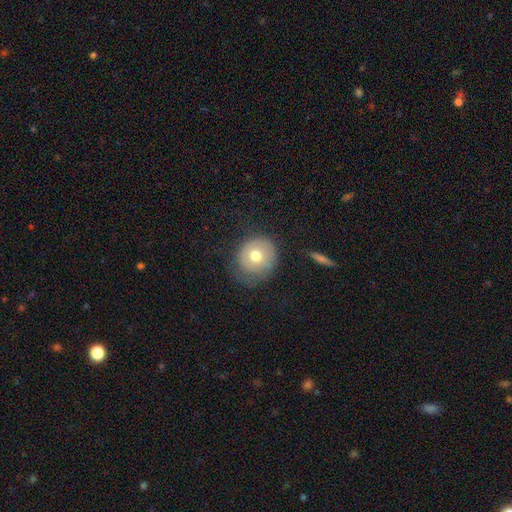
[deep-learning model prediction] smooth-or-featured: smooth: 68% | featured or disk: 23% | star or artifact: 9%
  how-rounded: round: 87% | in between: 12% | cigar-shaped: 1%
  merging: none: 64% | minor disturbance: 23% | major disturbance: 12% | merger: 2%